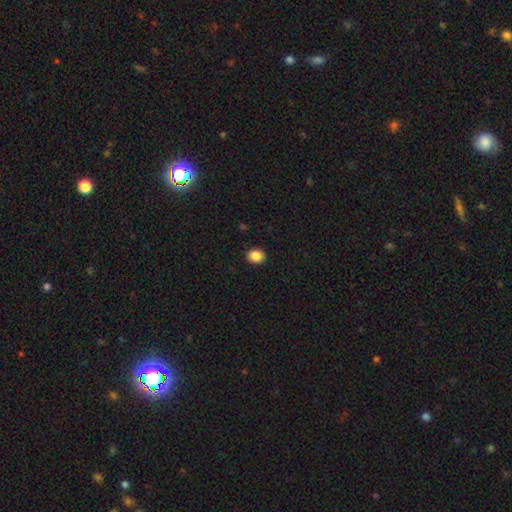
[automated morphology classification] type=smooth (87%); roundness=round (56%); merging=none (91%).